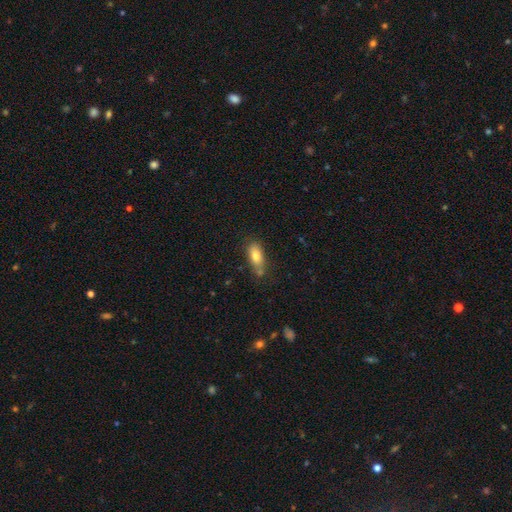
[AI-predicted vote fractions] A smooth galaxy with no disk features (78%) that is in between round and cigar-shaped (82%). Merging: none (63%).